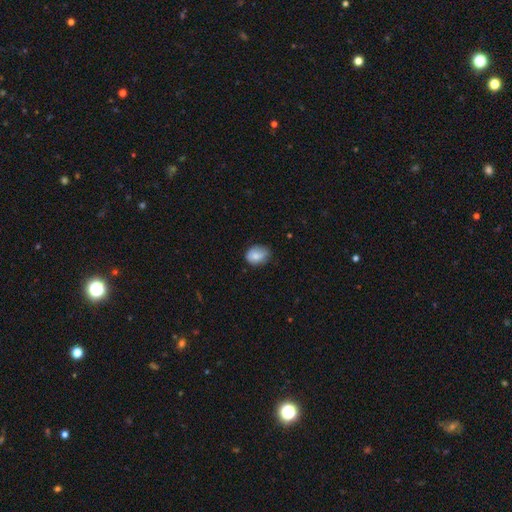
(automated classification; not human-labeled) A smooth galaxy with no disk features (79%) that is in between round and cigar-shaped (60%).

Vote fractions:
- Smooth or featured? smooth: 79% / featured or disk: 13% / star or artifact: 8%
- How rounded? in between: 60% / round: 39% / cigar-shaped: 1%
- Merging? none: 61% / minor disturbance: 32% / major disturbance: 6% / merger: 1%